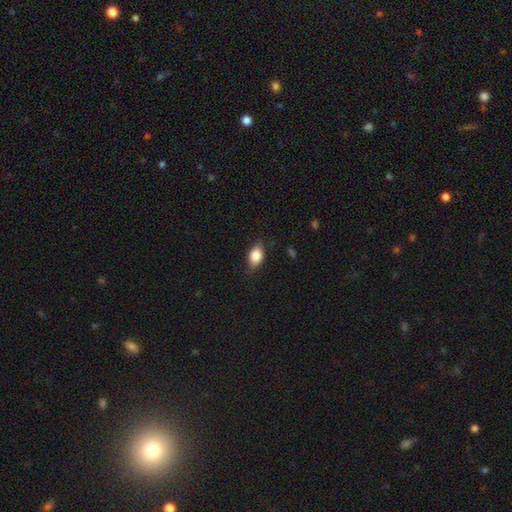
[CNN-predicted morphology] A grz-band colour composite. It shows a smooth galaxy with no disk features (76%) that is in between round and cigar-shaped (77%). Merging: none (76%).